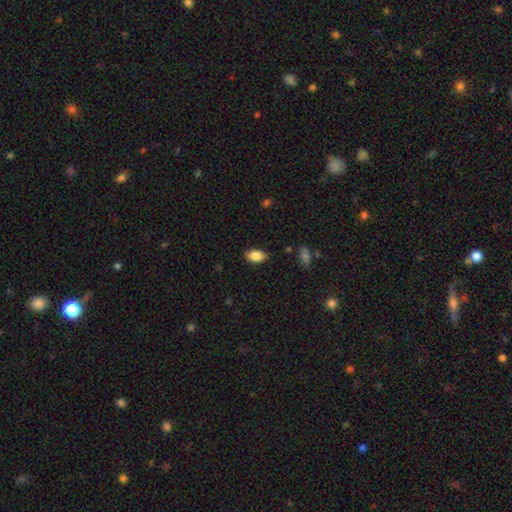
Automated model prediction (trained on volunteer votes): smooth_or_featured: smooth (p=0.84) [alt: featured or disk p=0.08]
how_rounded: in between (p=0.91) [alt: round p=0.06]
merging: none (p=0.85) [alt: minor disturbance p=0.12]